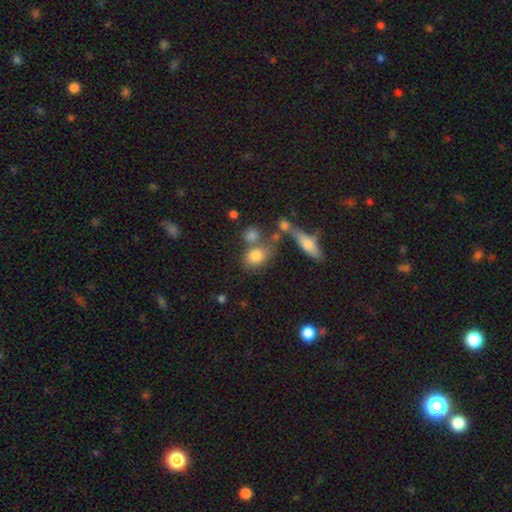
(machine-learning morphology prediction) This is likely a smooth galaxy (77%). How rounded: possibly in between (58%). Merging: possibly none (52%).